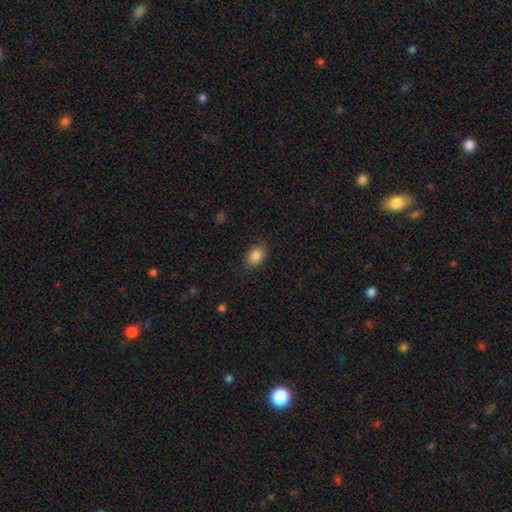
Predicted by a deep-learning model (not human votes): This appears to be a smooth galaxy with no disk features (86%) that is in between round and cigar-shaped (80%). Merging: none (85%).